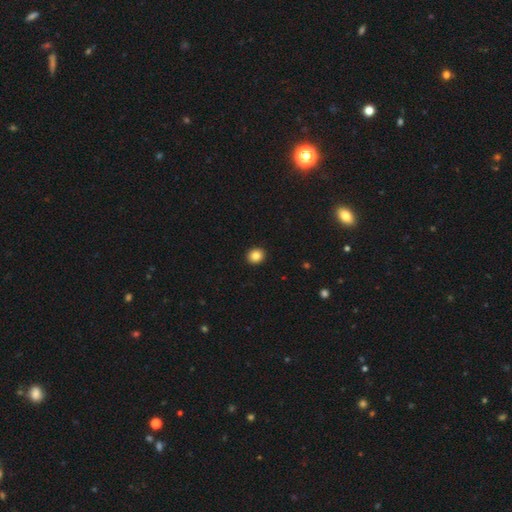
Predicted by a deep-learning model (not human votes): Smooth or featured: smooth — 85% (star or artifact — 10%)
How rounded: round — 82% (in between — 18%)
Merging: none — 93% (minor disturbance — 5%)